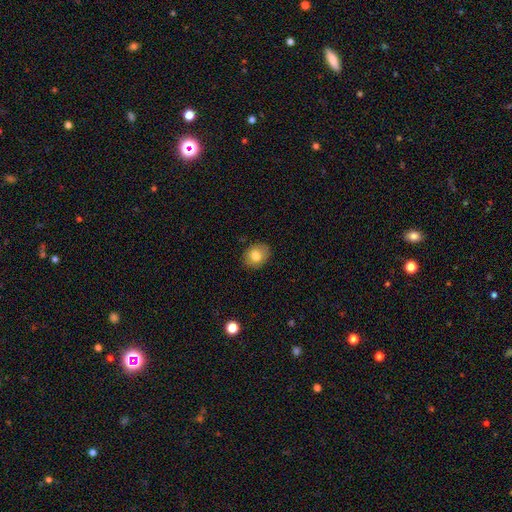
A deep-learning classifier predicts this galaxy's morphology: type=smooth (79%); roundness=in between (51%); merging=none (86%).